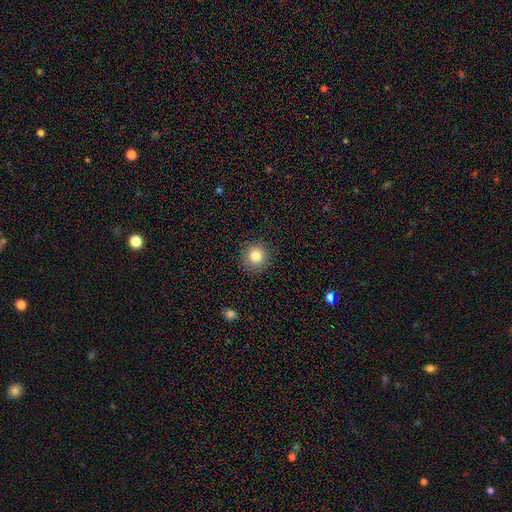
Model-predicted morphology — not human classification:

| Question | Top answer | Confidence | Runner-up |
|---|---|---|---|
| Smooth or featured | smooth | 82% | star or artifact (11%) |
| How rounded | round | 93% | in between (6%) |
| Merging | none | 90% | minor disturbance (6%) |